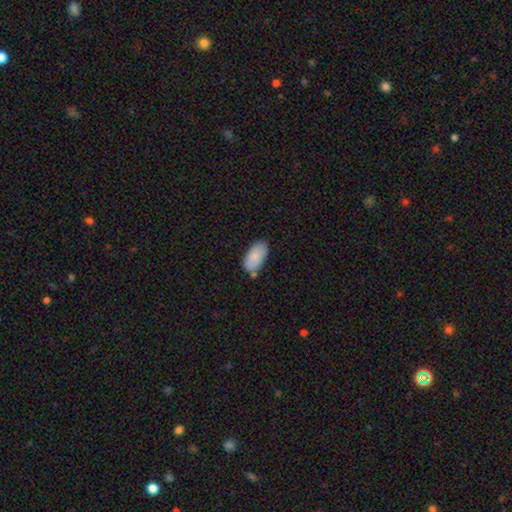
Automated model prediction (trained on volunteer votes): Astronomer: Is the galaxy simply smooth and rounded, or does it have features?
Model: smooth — 84%.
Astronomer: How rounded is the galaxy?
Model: in between — 95%.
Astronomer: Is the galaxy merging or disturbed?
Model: none — 72%.